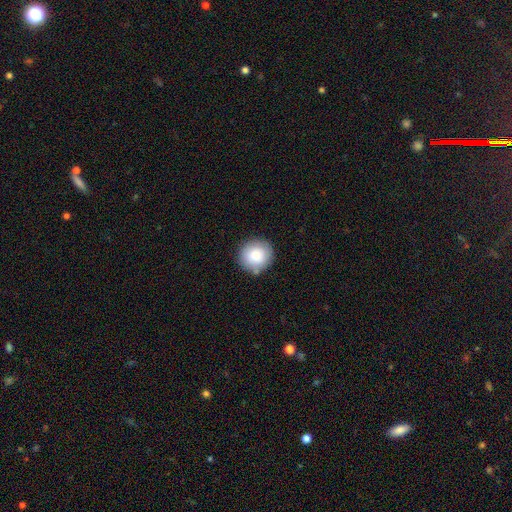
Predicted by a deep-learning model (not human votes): The model was most divided on "merging": none: 85%, minor disturbance: 10%, merger: 3%, major disturbance: 2%. More confident: how rounded — round (94%); smooth or featured — smooth (83%).